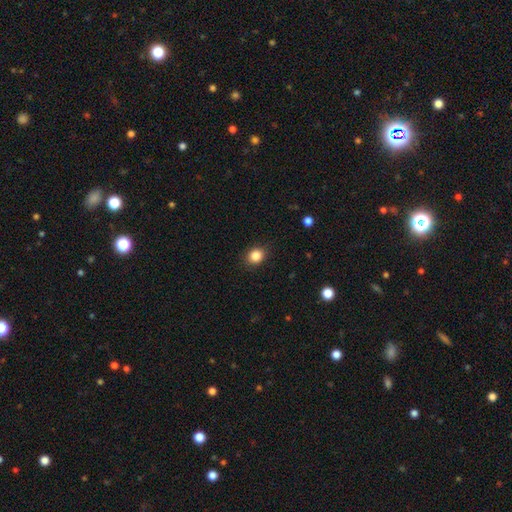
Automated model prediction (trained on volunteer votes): Smooth or featured? Predicted: smooth (p=0.85). How rounded? Predicted: round (p=0.67). Merging? Predicted: none (p=0.87).